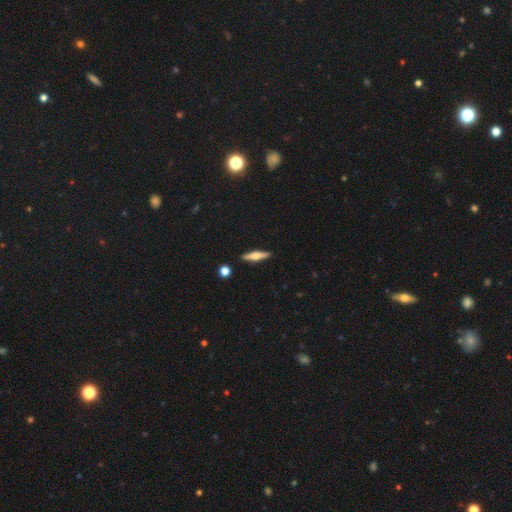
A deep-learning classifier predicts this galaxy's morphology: Smooth or featured? Predicted: featured or disk (p=0.55). Edge-on disk? Predicted: yes (p=0.95). Edge-on bulge? Predicted: rounded (p=0.91). Merging? Predicted: none (p=0.90).